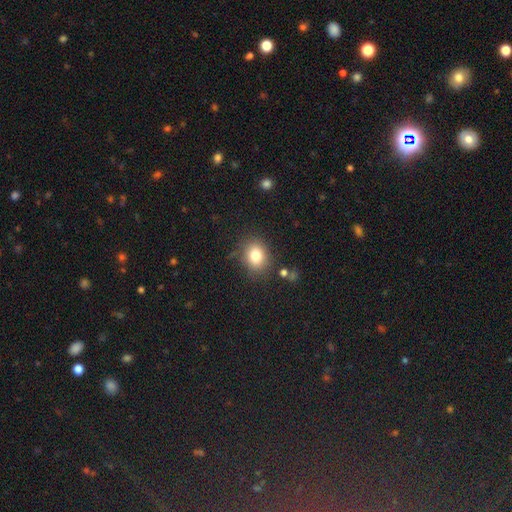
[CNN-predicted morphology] This appears to be a smooth galaxy with no disk features (80%) that is round (54%). Merging: none (80%).